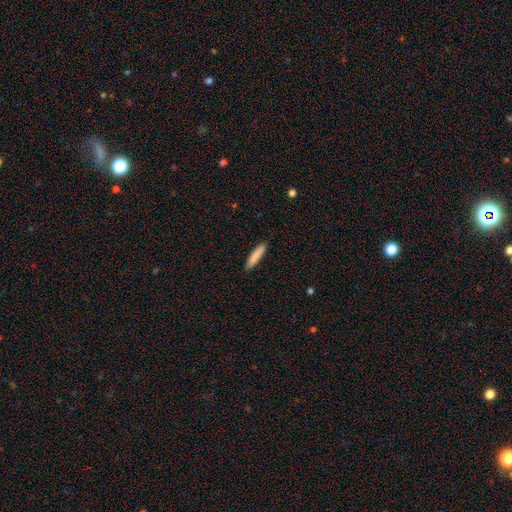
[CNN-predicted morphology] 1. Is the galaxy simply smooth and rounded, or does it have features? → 85% smooth, 9% featured or disk, 6% star or artifact.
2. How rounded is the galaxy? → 87% cigar-shaped, 11% in between, 1% round.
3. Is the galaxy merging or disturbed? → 89% none, 8% minor disturbance, 2% major disturbance, 1% merger.